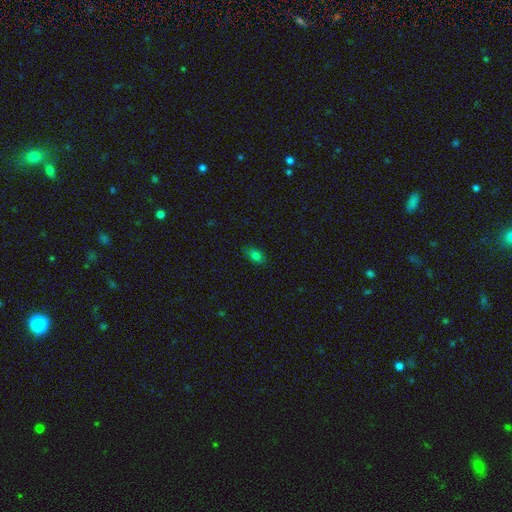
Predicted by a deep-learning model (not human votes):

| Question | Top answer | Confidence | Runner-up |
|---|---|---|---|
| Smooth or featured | smooth | 78% | star or artifact (15%) |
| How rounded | in between | 86% | round (10%) |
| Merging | none | 83% | minor disturbance (13%) |